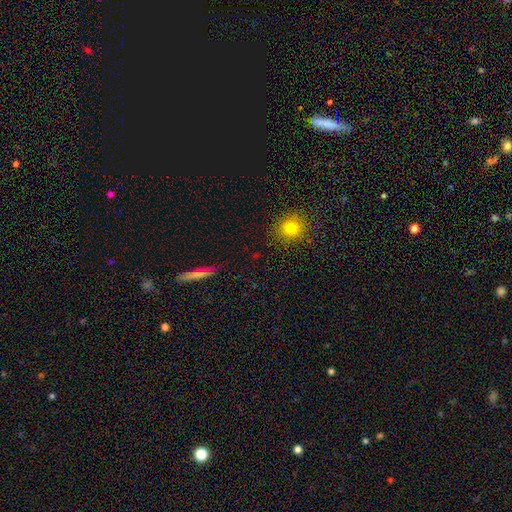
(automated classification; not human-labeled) This is likely a smooth galaxy (61%). How rounded: likely round (67%). Merging: clearly none (86%).